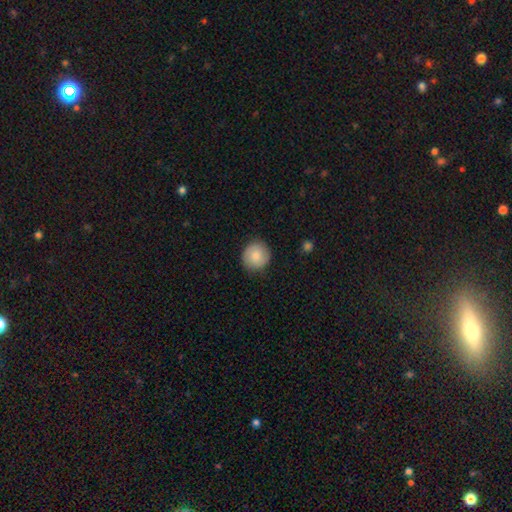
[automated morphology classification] Smooth or featured: smooth — 76% (featured or disk — 17%)
How rounded: round — 90% (in between — 9%)
Merging: none — 86% (minor disturbance — 10%)